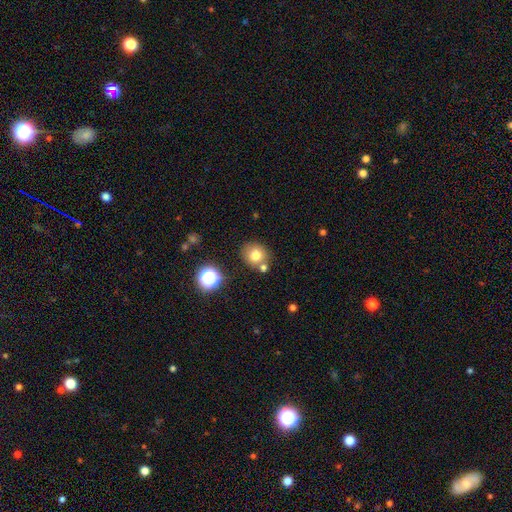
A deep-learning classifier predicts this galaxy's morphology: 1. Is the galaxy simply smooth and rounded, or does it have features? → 77% smooth, 13% star or artifact, 10% featured or disk.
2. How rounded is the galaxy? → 82% round, 17% in between, 1% cigar-shaped.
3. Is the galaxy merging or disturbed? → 70% none, 15% merger, 12% minor disturbance, 4% major disturbance.